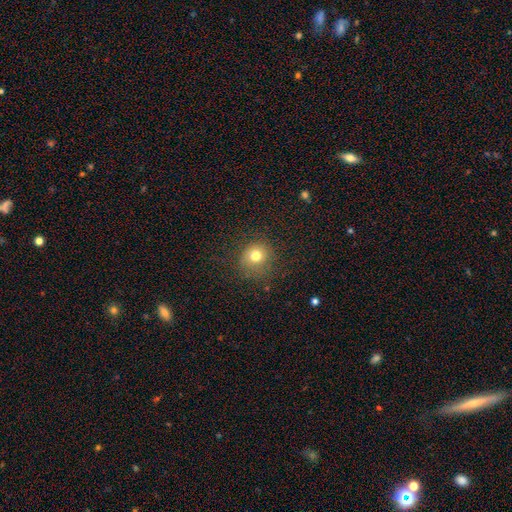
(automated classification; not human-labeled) Q: Smooth or featured?
A: smooth (76%); runner-up: star or artifact (15%)
Q: How rounded?
A: round (85%); runner-up: in between (14%)
Q: Merging?
A: none (77%); runner-up: minor disturbance (15%)